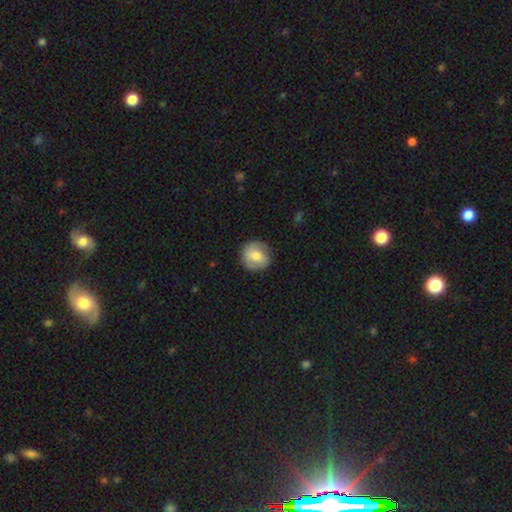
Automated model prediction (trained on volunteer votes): A smooth galaxy with no disk features (65%) that is round (88%). Merging: none (84%).